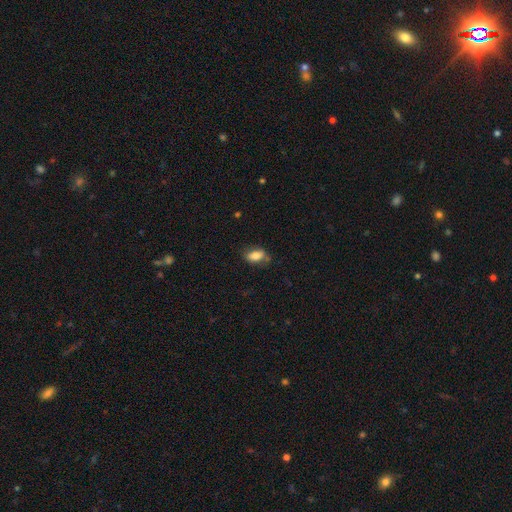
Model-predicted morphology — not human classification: A smooth galaxy with no disk features (79%) that is in between round and cigar-shaped (86%). Merging: none (67%).